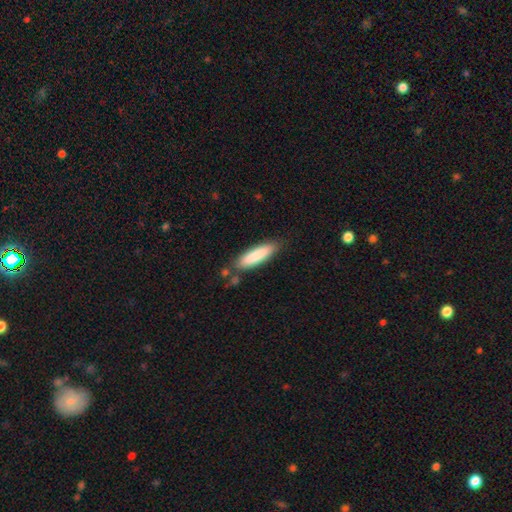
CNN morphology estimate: Q: Smooth or featured?
A: smooth (85%); runner-up: featured or disk (10%)
Q: How rounded?
A: cigar-shaped (67%); runner-up: in between (32%)
Q: Merging?
A: none (79%); runner-up: minor disturbance (14%)